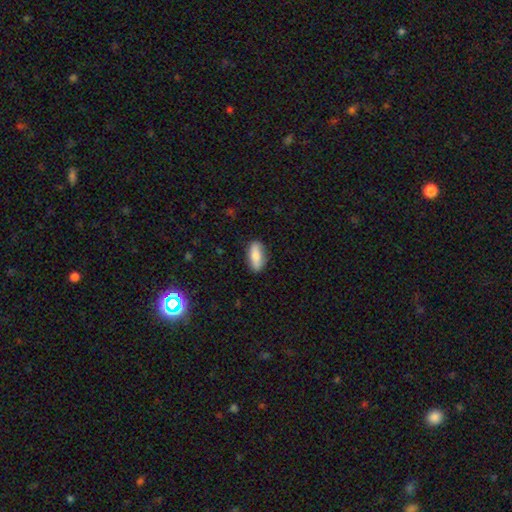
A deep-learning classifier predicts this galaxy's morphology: smooth_or_featured: smooth (p=0.78) [alt: featured or disk p=0.15]
how_rounded: in between (p=0.77) [alt: cigar-shaped p=0.20]
merging: none (p=0.85) [alt: minor disturbance p=0.11]